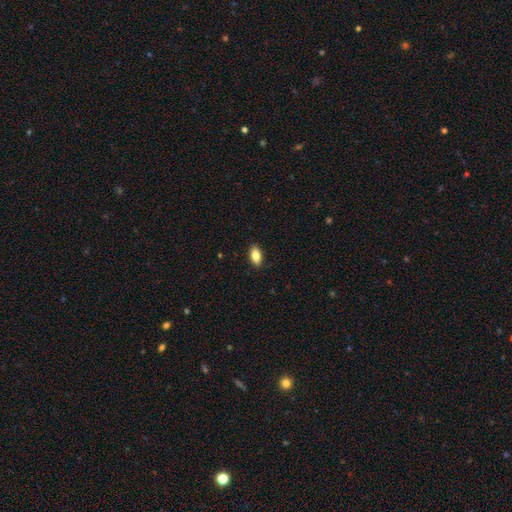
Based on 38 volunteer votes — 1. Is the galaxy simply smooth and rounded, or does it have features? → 79% smooth, 13% featured or disk, 8% star or artifact.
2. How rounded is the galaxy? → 97% in between, 3% cigar-shaped, 0% round.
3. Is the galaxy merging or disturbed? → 86% none, 14% minor disturbance, 0% major disturbance, 0% merger.